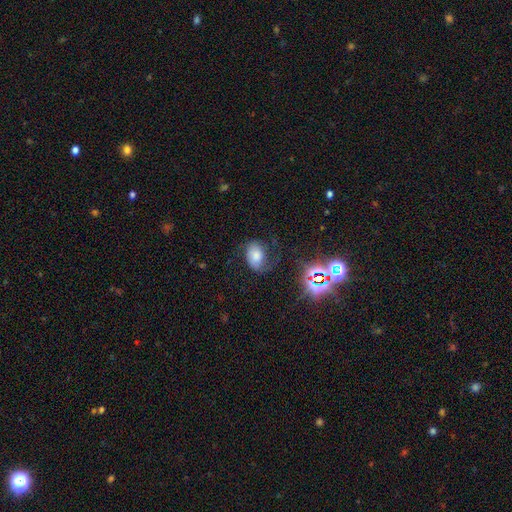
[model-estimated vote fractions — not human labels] Smooth or featured?
  - smooth: 51% *
  - featured or disk: 31%
  - star or artifact: 17%
How rounded?
  - in between: 81% *
  - round: 18%
  - cigar-shaped: 1%
Merging?
  - none: 52% *
  - minor disturbance: 25%
  - major disturbance: 20%
  - merger: 2%